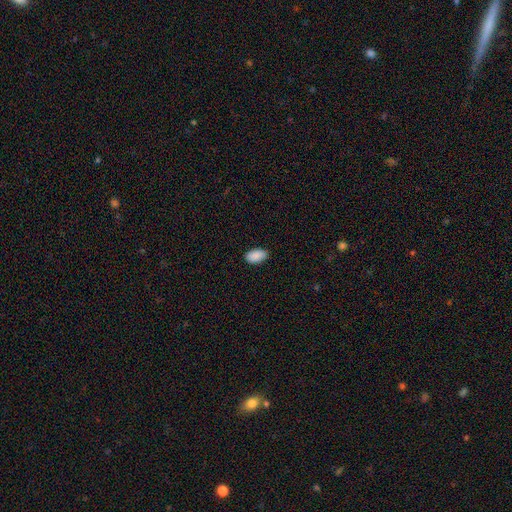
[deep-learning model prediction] Smooth or featured: smooth — 90% (star or artifact — 7%)
How rounded: in between — 94% (round — 4%)
Merging: none — 86% (minor disturbance — 10%)